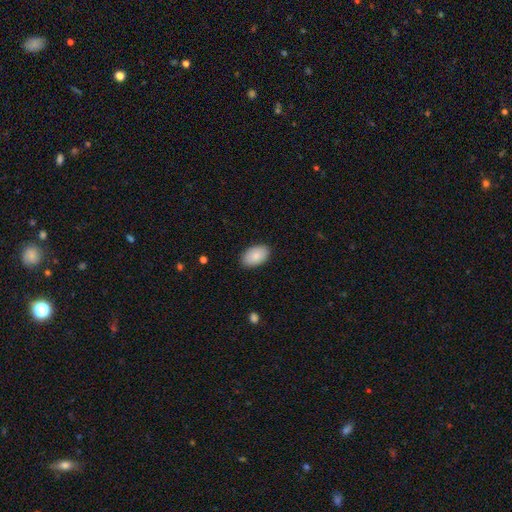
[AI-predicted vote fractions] Smooth or featured? smooth (88%)
How rounded? in between (94%)
Merging? none (88%)